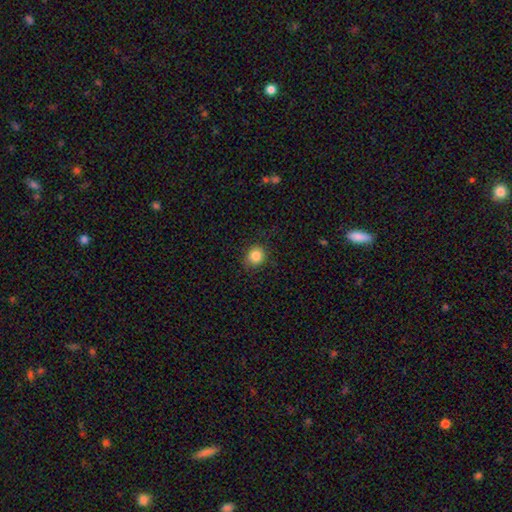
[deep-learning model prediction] Smooth or featured? Predicted: smooth (p=0.85). How rounded? Predicted: round (p=0.84). Merging? Predicted: none (p=0.83).